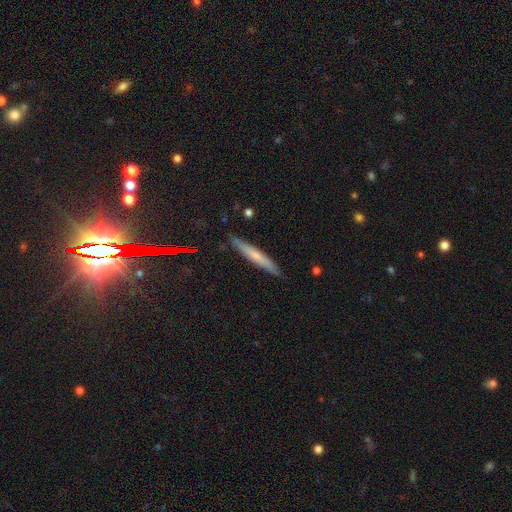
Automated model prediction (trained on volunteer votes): A smooth galaxy with no disk features (51%) that is cigar-shaped (94%). Merging: none (88%).